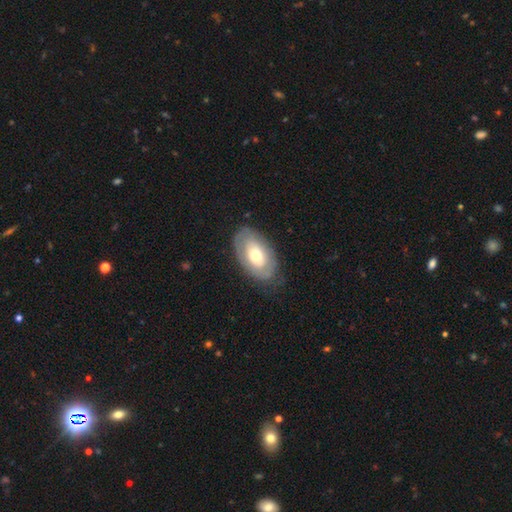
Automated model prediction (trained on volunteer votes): Morphology: type=smooth (49%); merging=none (76%).